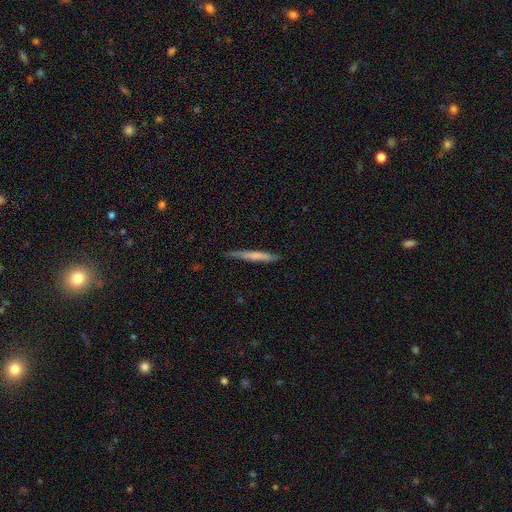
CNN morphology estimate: Smooth or featured? Predicted: smooth (p=0.60). How rounded? Predicted: cigar-shaped (p=0.96). Merging? Predicted: none (p=0.84).